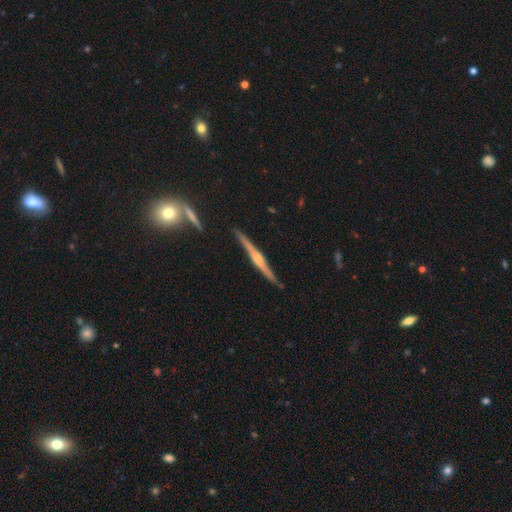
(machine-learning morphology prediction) This is clearly a featured or disk galaxy (84%). It is clearly viewed edge-on (98%). Edge-on bulge: likely rounded (73%). Merging: clearly none (87%).